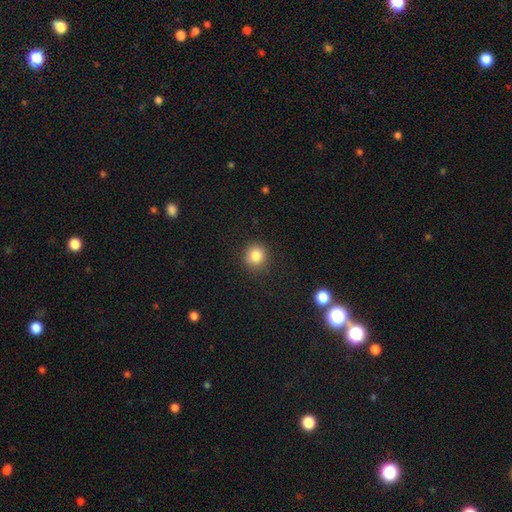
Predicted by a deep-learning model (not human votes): Overall: smooth (85%). How rounded: round (91%). Merging: none (89%).